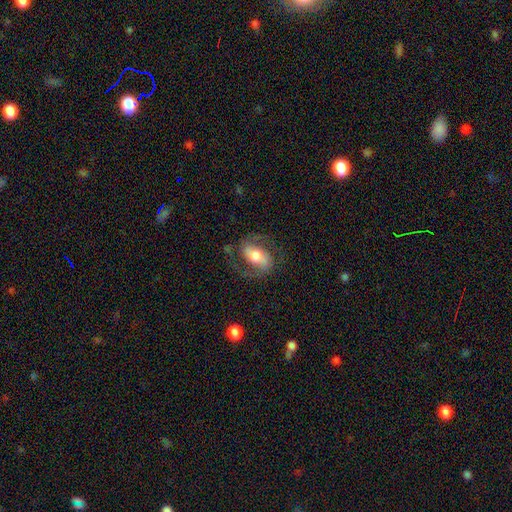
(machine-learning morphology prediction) Smooth or featured? featured or disk (71%)
Edge-on disk? no (96%)
Bar? weak (39%)
Spiral arms? yes (91%)
Spiral winding? medium (53%)
Spiral arm count? 2 (90%)
Bulge size? moderate (58%)
Merging? none (70%)